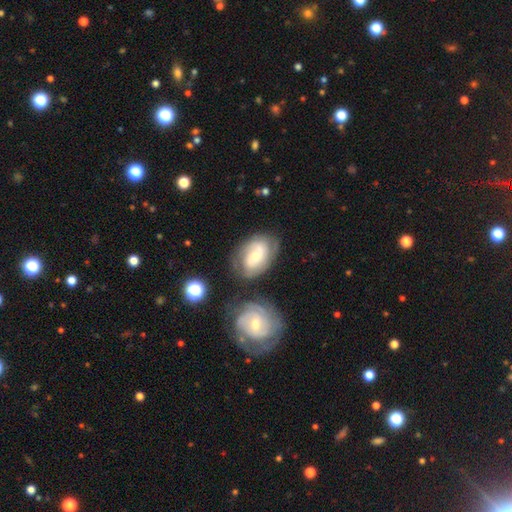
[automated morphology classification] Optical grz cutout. It shows a featured or disk galaxy (64%) with no bar (46%), 2 (53%) tight (44%) spiral arms (84%) and a moderate central bulge (52%). Merging: none (64%).